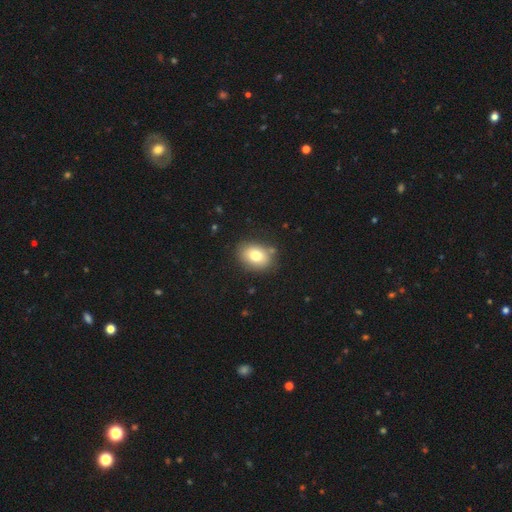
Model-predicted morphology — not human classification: smooth_or_featured: smooth (p=0.79) [alt: featured or disk p=0.12]
how_rounded: in between (p=0.72) [alt: round p=0.27]
merging: none (p=0.82) [alt: minor disturbance p=0.12]